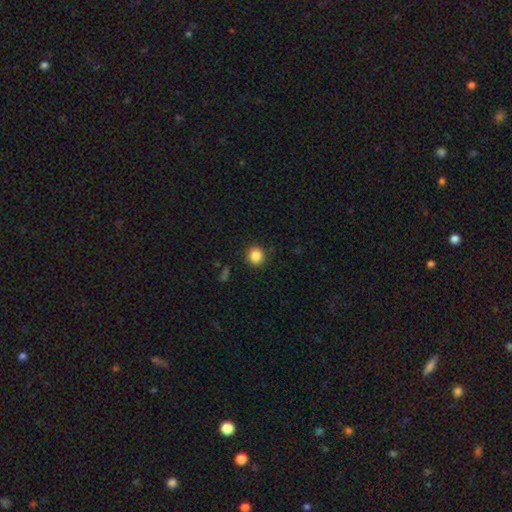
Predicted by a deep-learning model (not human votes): This appears to be a smooth galaxy with no disk features (86%) that is round (90%). Merging: none (88%).